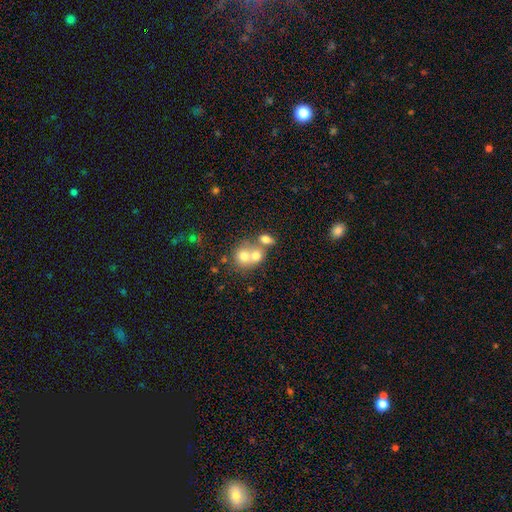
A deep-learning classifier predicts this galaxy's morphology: smooth_or_featured: smooth (p=0.69) [alt: featured or disk p=0.20]
how_rounded: round (p=0.72) [alt: in between p=0.27]
merging: merger (p=0.61) [alt: none p=0.30]